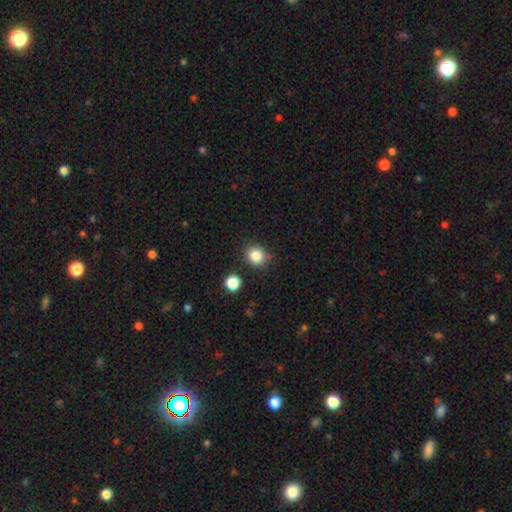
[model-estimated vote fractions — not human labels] Smooth or featured? smooth (85%)
How rounded? round (76%)
Merging? none (82%)